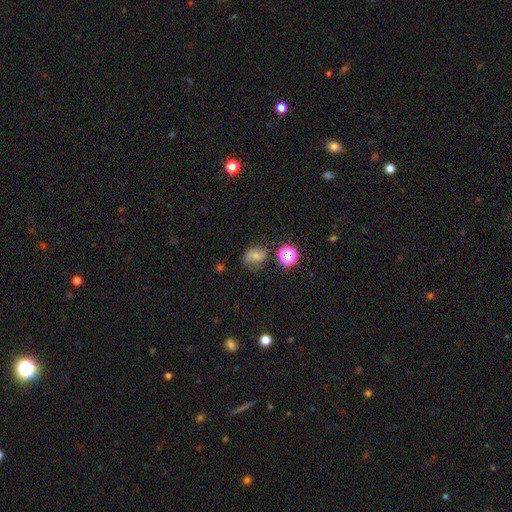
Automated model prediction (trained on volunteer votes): The model was most divided on "smooth or featured": smooth: 47%, star or artifact: 30%, featured or disk: 23%. More confident: merging — none (70%).